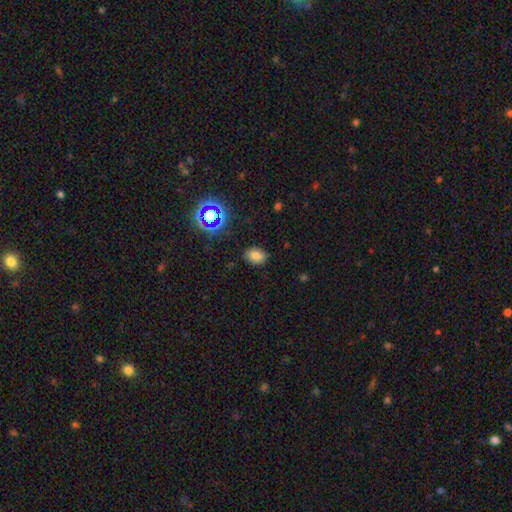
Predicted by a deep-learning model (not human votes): Smooth or featured? Predicted: smooth (p=0.78). How rounded? Predicted: in between (p=0.74). Merging? Predicted: none (p=0.84).